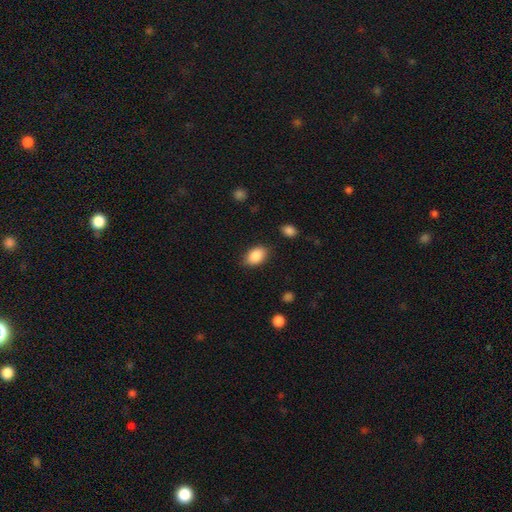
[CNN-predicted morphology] A smooth galaxy with no disk features (88%) that is in between round and cigar-shaped (88%). Merging: none (84%).